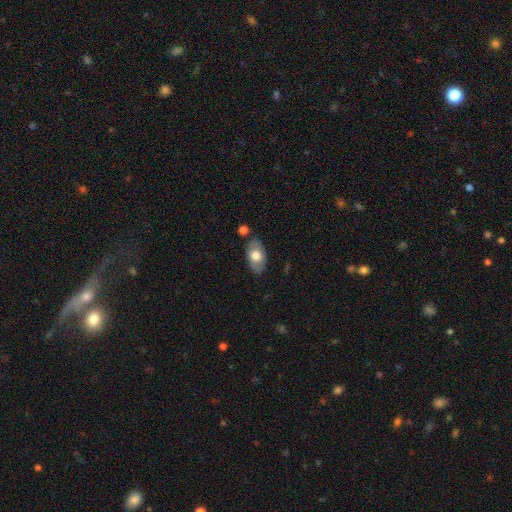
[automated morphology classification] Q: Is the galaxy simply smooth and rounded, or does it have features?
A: smooth — 68%.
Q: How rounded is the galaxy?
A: in between — 93%.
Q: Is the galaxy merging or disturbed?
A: none — 81%.